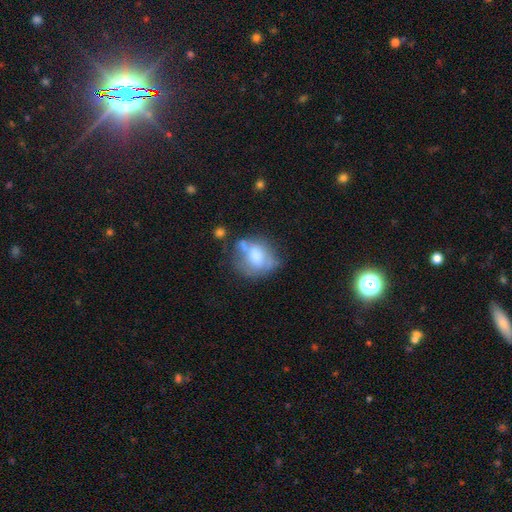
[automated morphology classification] Smooth or featured: smooth — 56% (featured or disk — 34%)
How rounded: in between — 51% (round — 48%)
Merging: none — 41% (minor disturbance — 28%)